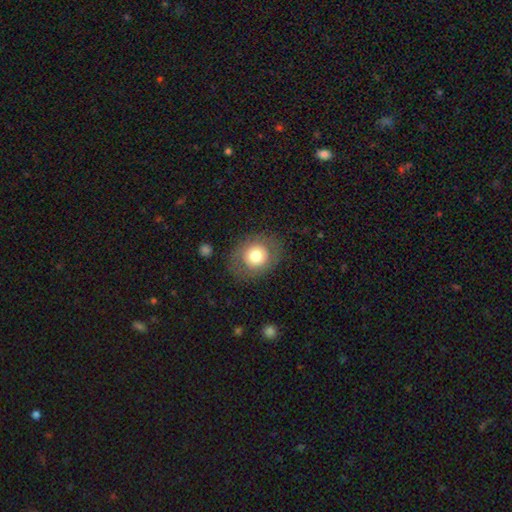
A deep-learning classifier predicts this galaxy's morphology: Smooth or featured? Predicted: smooth (p=0.71). How rounded? Predicted: round (p=0.60). Merging? Predicted: none (p=0.79).